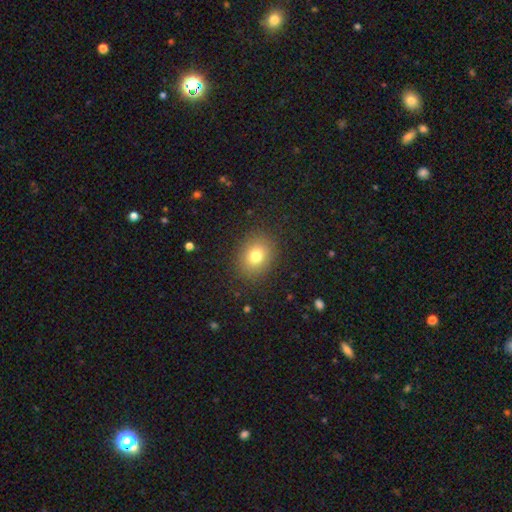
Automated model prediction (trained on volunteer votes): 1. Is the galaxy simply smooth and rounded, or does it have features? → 77% smooth, 12% star or artifact, 10% featured or disk.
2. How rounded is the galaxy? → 54% round, 45% in between, 1% cigar-shaped.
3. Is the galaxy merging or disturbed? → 87% none, 9% minor disturbance, 4% major disturbance, 1% merger.